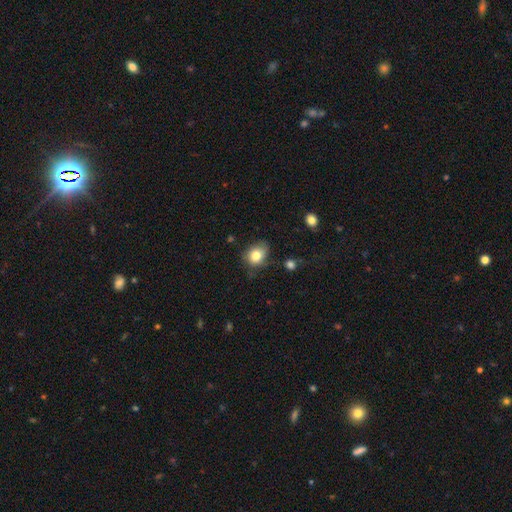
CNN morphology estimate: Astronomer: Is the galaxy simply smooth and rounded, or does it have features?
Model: smooth — 79%.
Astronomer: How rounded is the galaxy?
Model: round — 54% (runner-up: in between, 45%).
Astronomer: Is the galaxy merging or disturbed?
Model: none — 66%.